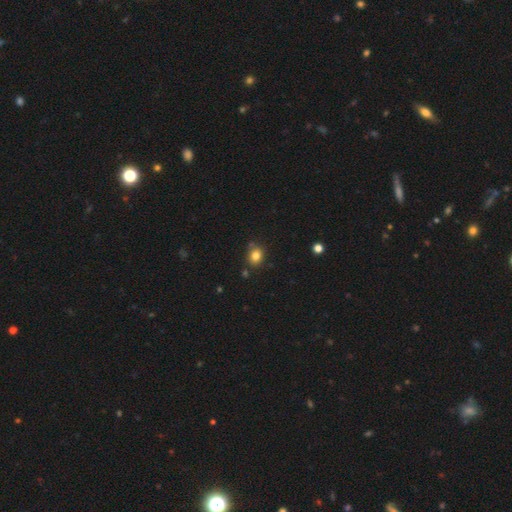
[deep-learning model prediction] A smooth galaxy with no disk features (82%) that is round (58%).

Vote fractions:
- Smooth or featured? smooth: 82% / star or artifact: 12% / featured or disk: 6%
- How rounded? round: 58% / in between: 41% / cigar-shaped: 1%
- Merging? none: 77% / minor disturbance: 14% / merger: 6% / major disturbance: 3%